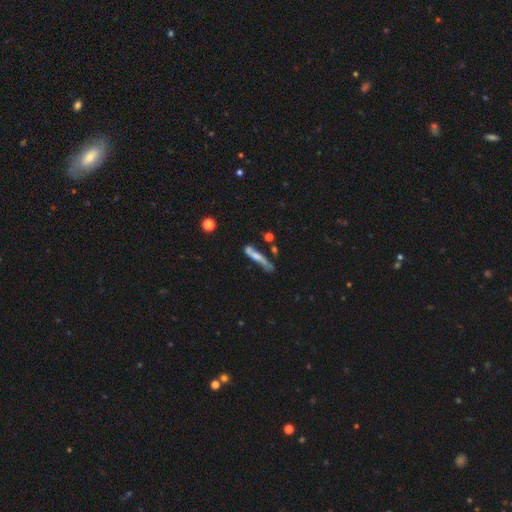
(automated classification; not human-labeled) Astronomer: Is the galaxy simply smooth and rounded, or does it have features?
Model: smooth — 50% (runner-up: featured or disk, 42%).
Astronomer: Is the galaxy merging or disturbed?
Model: none — 42% (runner-up: minor disturbance, 25%).